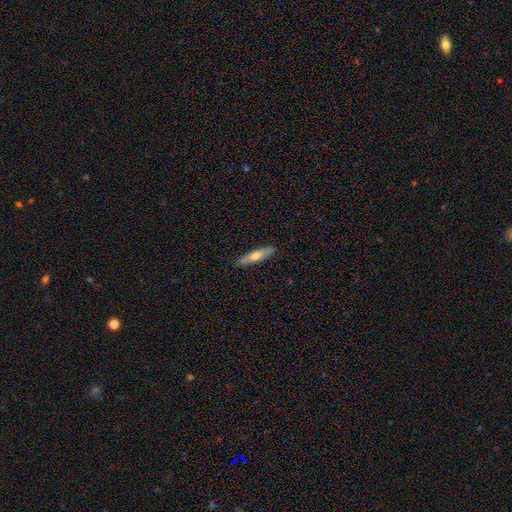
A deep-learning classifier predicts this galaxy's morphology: smooth_or_featured: smooth (p=0.63) [alt: featured or disk p=0.32]
how_rounded: cigar-shaped (p=0.81) [alt: in between p=0.17]
merging: none (p=0.88) [alt: minor disturbance p=0.09]